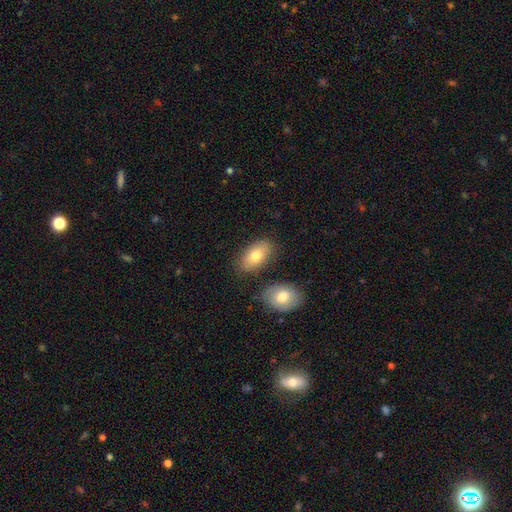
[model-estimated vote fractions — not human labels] Overall: smooth (78%). How rounded: in between (93%). Merging: none (77%).